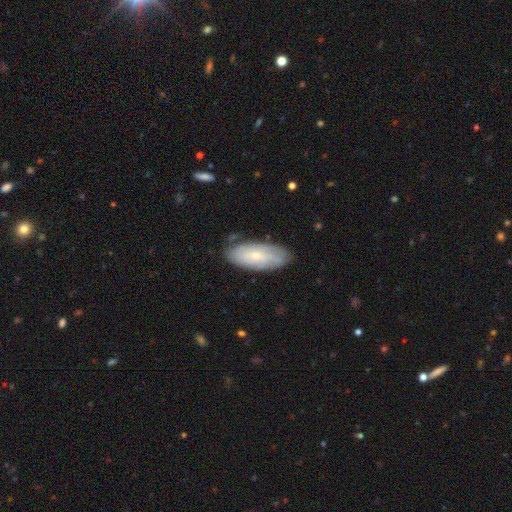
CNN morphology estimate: smooth-or-featured: featured or disk: 53% | smooth: 40% | star or artifact: 7%
  disk-edge-on: no: 87% | yes: 13%
  merging: none: 78% | minor disturbance: 17% | major disturbance: 4% | merger: 2%